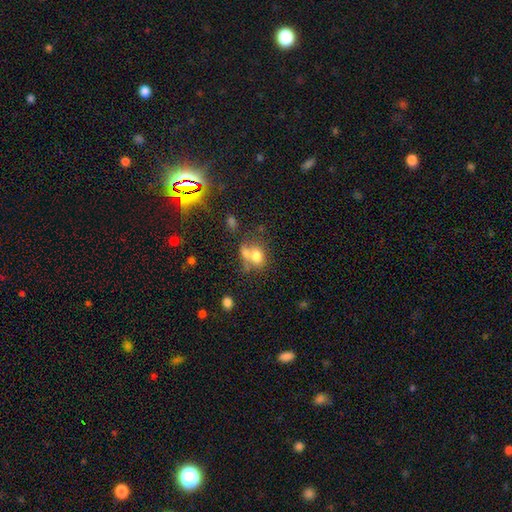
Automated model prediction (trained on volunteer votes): Smooth or featured?
  - smooth: 74% *
  - featured or disk: 14%
  - star or artifact: 12%
How rounded?
  - in between: 54% *
  - round: 45%
  - cigar-shaped: 1%
Merging?
  - merger: 42% *
  - none: 37%
  - minor disturbance: 13%
  - major disturbance: 7%